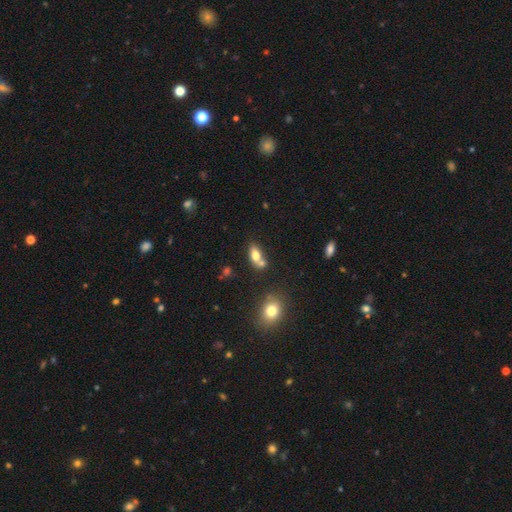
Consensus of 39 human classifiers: Smooth or featured? smooth (79%)
How rounded? in between (90%)
Merging? merger (54%)